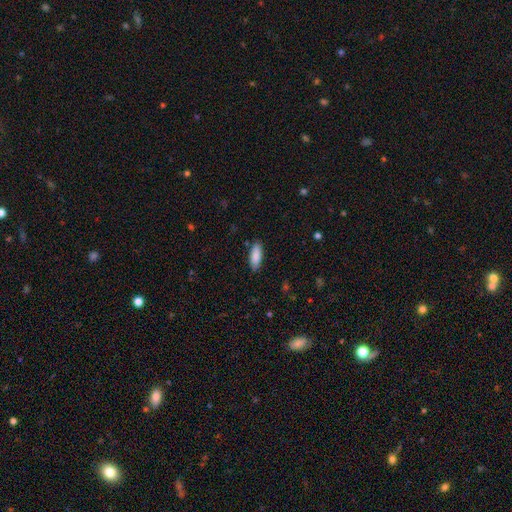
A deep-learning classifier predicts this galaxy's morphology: The model was most divided on "how rounded": in between: 70%, cigar-shaped: 29%, round: 2%. More confident: smooth or featured — smooth (89%); merging — none (87%).